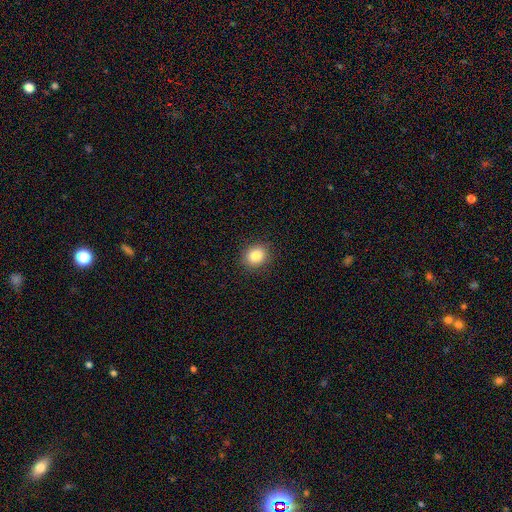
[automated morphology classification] A smooth galaxy with no disk features (84%) that is round (70%).

Vote fractions:
- Smooth or featured? smooth: 84% / star or artifact: 10% / featured or disk: 6%
- How rounded? round: 70% / in between: 29% / cigar-shaped: 1%
- Merging? none: 90% / minor disturbance: 7% / major disturbance: 2% / merger: 1%